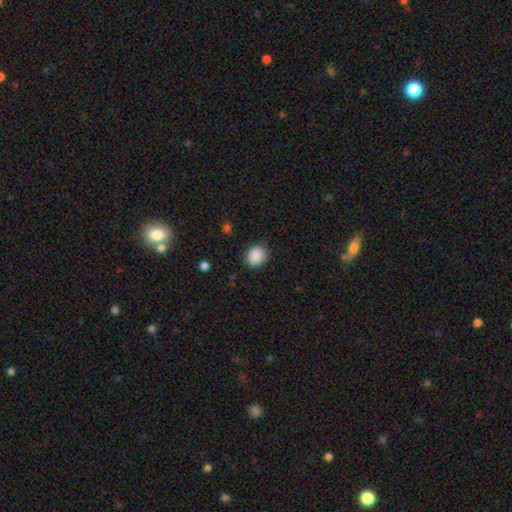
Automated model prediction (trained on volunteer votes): A smooth galaxy with no disk features (89%) that is round (61%).

Vote fractions:
- Smooth or featured? smooth: 89% / star or artifact: 8% / featured or disk: 3%
- How rounded? round: 61% / in between: 38% / cigar-shaped: 1%
- Merging? none: 82% / minor disturbance: 13% / major disturbance: 3% / merger: 1%